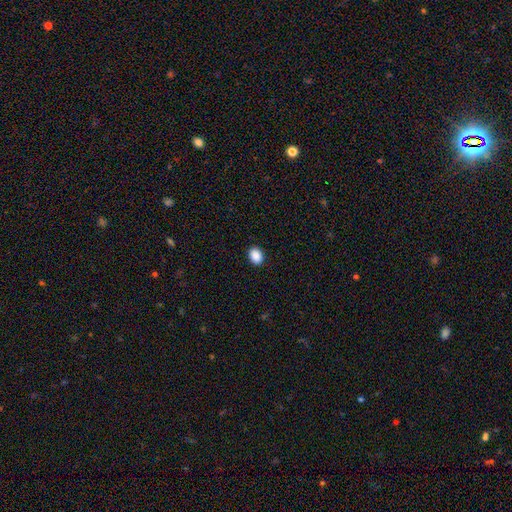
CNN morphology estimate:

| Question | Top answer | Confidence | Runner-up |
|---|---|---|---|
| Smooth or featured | smooth | 90% | star or artifact (8%) |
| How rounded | in between | 68% | round (31%) |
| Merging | none | 91% | minor disturbance (6%) |